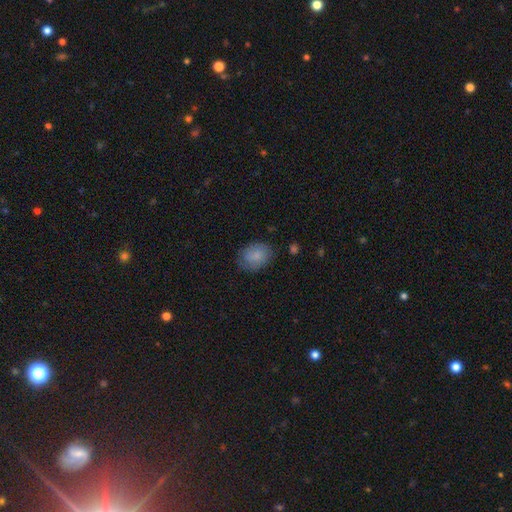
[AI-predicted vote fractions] The model was most divided on "how rounded": in between: 64%, round: 35%, cigar-shaped: 1%. More confident: smooth or featured — smooth (75%); merging — none (73%).